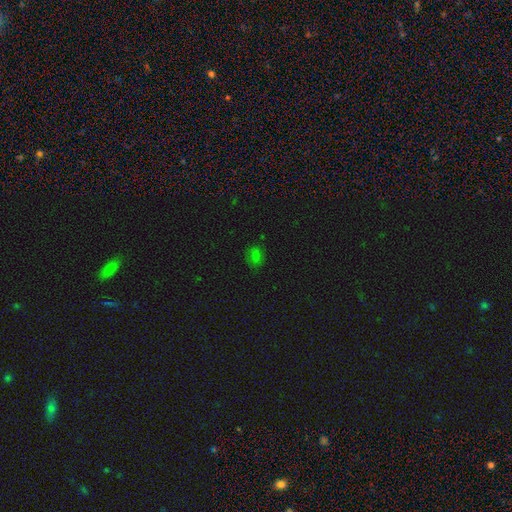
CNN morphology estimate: Smooth or featured? Predicted: smooth (p=0.63). How rounded? Predicted: round (p=0.50). Merging? Predicted: none (p=0.77).